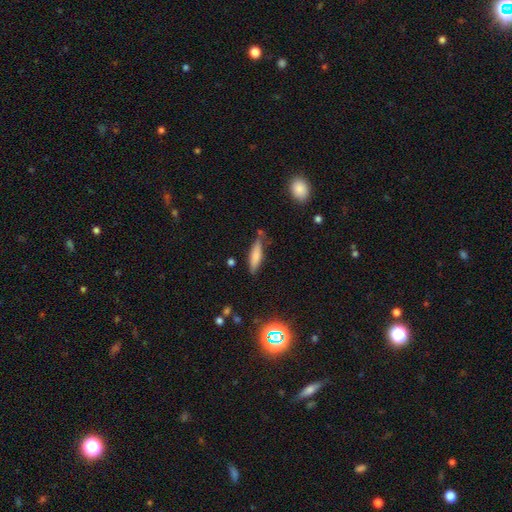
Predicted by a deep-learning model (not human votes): Morphology: type=smooth (71%); roundness=cigar-shaped (72%); merging=none (71%).